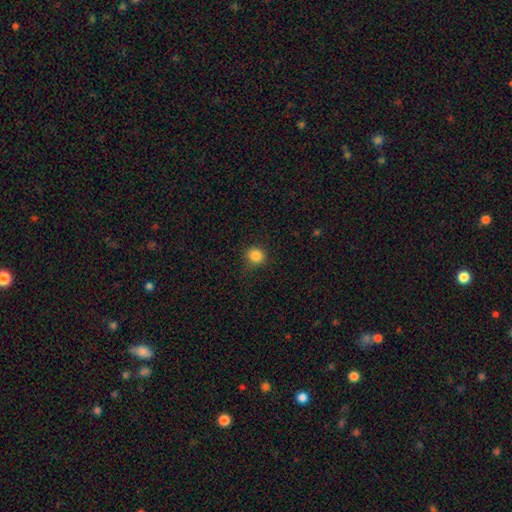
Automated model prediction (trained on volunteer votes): Smooth or featured? Predicted: smooth (p=0.85). How rounded? Predicted: round (p=0.83). Merging? Predicted: none (p=0.83).